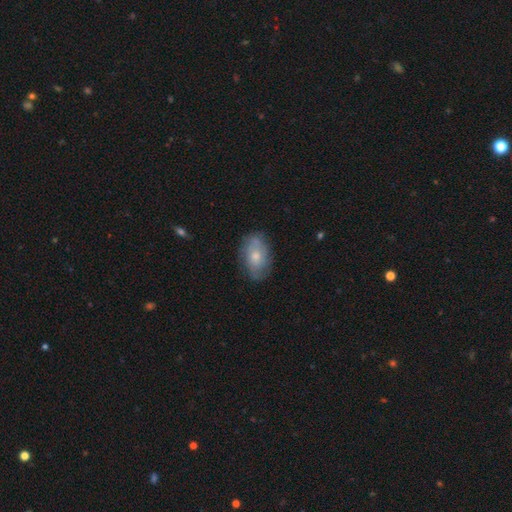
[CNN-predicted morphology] Q: Smooth or featured?
A: smooth (49%); runner-up: featured or disk (44%)
Q: Merging?
A: none (72%); runner-up: minor disturbance (21%)